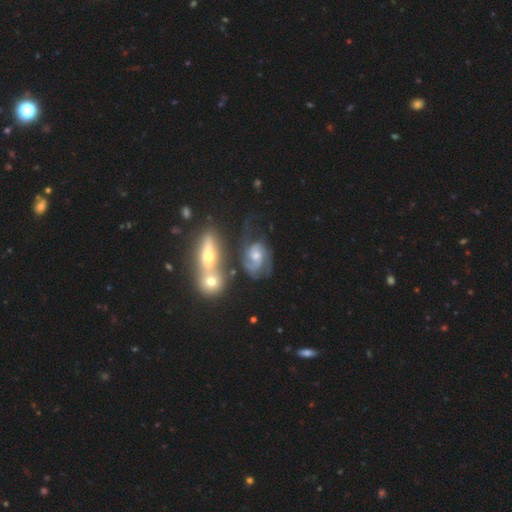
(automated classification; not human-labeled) Morphology: type=featured or disk (83%); edge-on=no (96%); bar=no (63%); spiral arms=yes (95%); winding=medium (48%); arm count=2 (67%); bulge=moderate (54%); merging=none (45%).